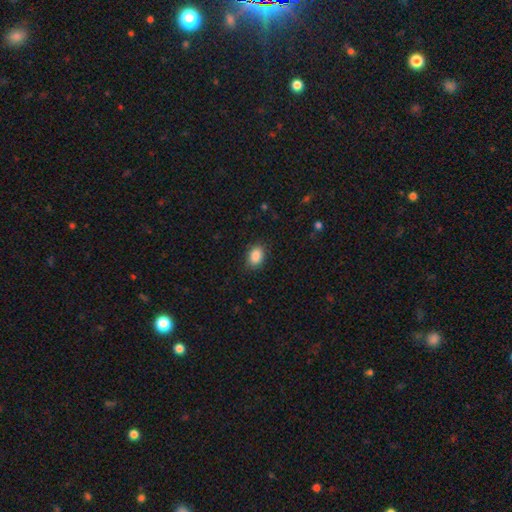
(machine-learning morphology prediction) This appears to be a smooth galaxy with no disk features (88%) that is in between round and cigar-shaped (77%). Merging: none (84%).